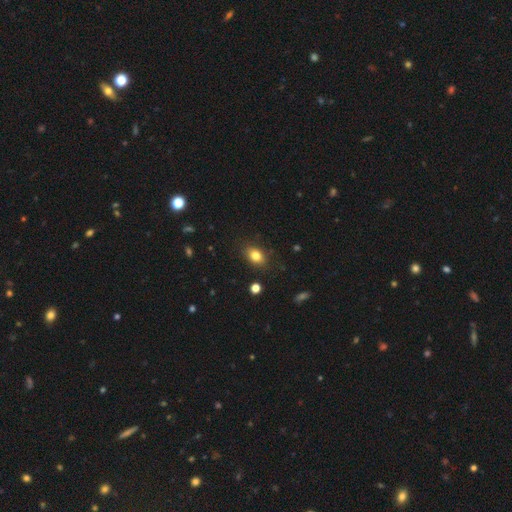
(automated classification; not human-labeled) Smooth or featured?
  - smooth: 82% *
  - star or artifact: 10%
  - featured or disk: 8%
How rounded?
  - in between: 74% *
  - round: 24%
  - cigar-shaped: 2%
Merging?
  - none: 83% *
  - minor disturbance: 12%
  - major disturbance: 3%
  - merger: 1%